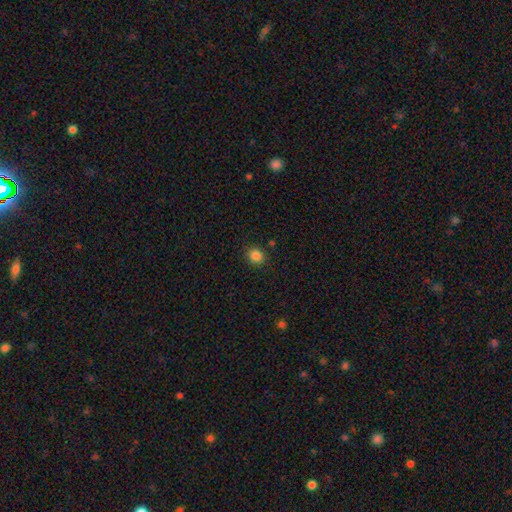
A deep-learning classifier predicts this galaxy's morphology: Smooth or featured? Predicted: smooth (p=0.84). How rounded? Predicted: round (p=0.82). Merging? Predicted: none (p=0.88).